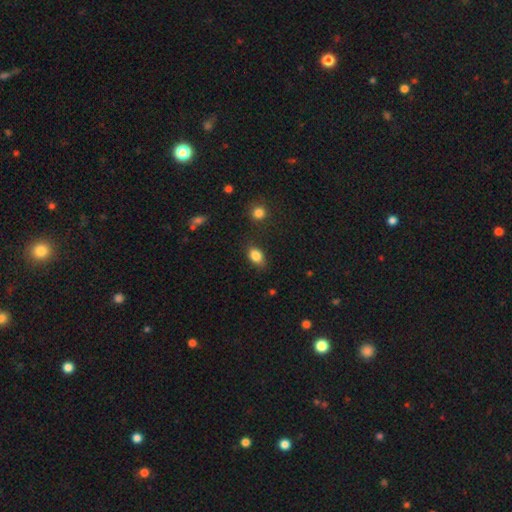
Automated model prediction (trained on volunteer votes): Smooth or featured?
  - smooth: 84% *
  - star or artifact: 9%
  - featured or disk: 6%
How rounded?
  - in between: 81% *
  - round: 16%
  - cigar-shaped: 2%
Merging?
  - none: 79% *
  - minor disturbance: 16%
  - major disturbance: 3%
  - merger: 2%